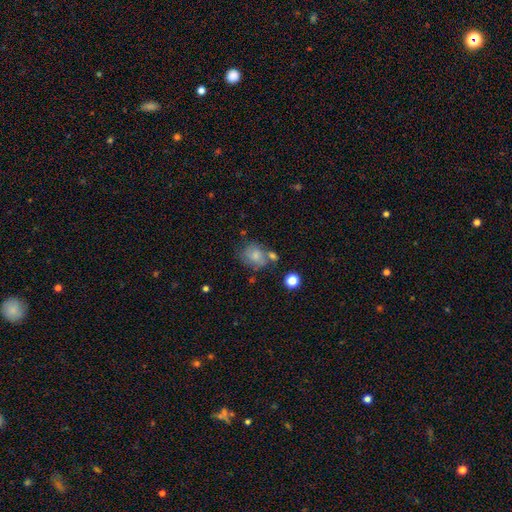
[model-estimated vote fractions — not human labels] smooth 71%, featured or disk 20%, star or artifact 10%. Down the decision tree: how rounded — round (53%); merging — none (45%).